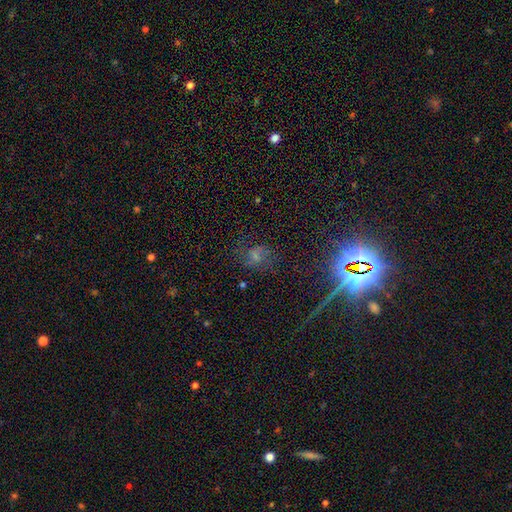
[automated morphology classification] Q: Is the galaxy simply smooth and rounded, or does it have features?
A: star or artifact — 45%.